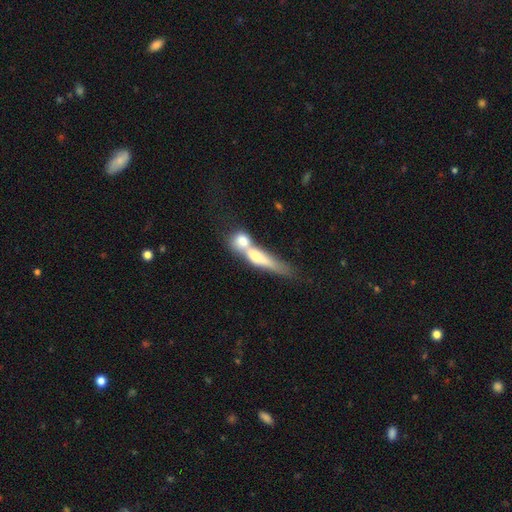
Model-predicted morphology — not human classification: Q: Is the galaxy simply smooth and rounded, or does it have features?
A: smooth — 46%.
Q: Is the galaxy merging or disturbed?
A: merger — 51%.